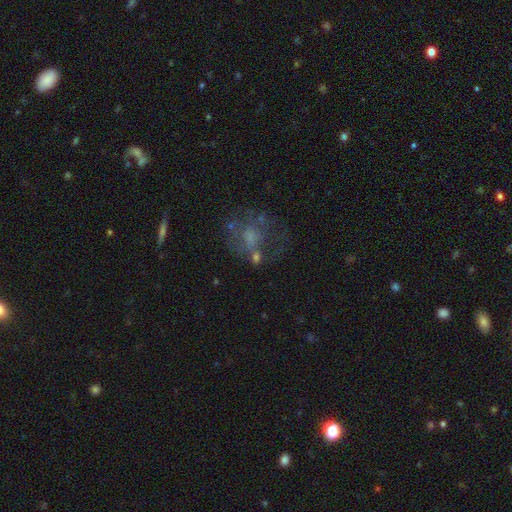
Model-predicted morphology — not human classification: Smooth or featured?
  - featured or disk: 46% *
  - smooth: 36%
  - star or artifact: 18%
Merging?
  - none: 45% *
  - major disturbance: 26%
  - minor disturbance: 18%
  - merger: 12%